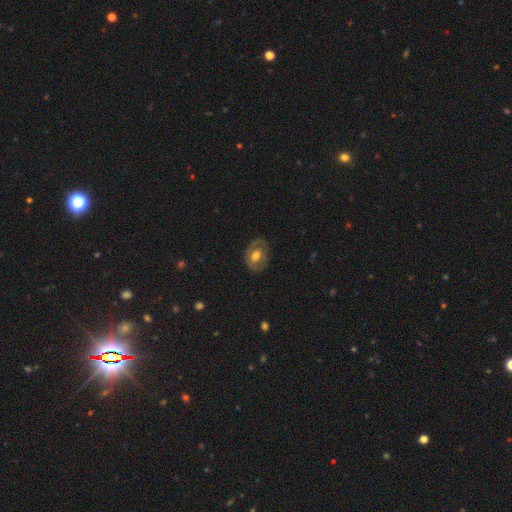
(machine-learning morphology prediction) Q: Smooth or featured?
A: featured or disk (47%); runner-up: smooth (46%)
Q: Merging?
A: none (76%); runner-up: minor disturbance (17%)